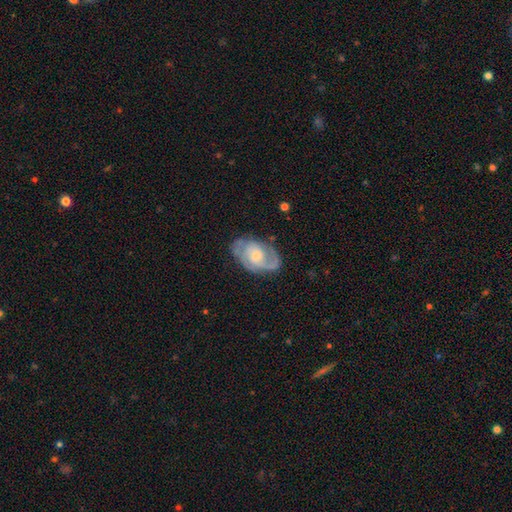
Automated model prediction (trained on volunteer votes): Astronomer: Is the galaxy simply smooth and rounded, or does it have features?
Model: featured or disk — 77%.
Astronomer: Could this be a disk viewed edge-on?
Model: no — 96%.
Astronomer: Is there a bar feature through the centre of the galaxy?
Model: no — 61%.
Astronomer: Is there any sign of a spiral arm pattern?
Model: yes — 91%.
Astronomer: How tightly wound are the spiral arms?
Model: medium — 45% (runner-up: tight, 39%).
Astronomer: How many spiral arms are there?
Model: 2 — 64%.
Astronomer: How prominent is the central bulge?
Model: small — 50% (runner-up: moderate, 41%).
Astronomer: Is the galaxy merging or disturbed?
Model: none — 68%.